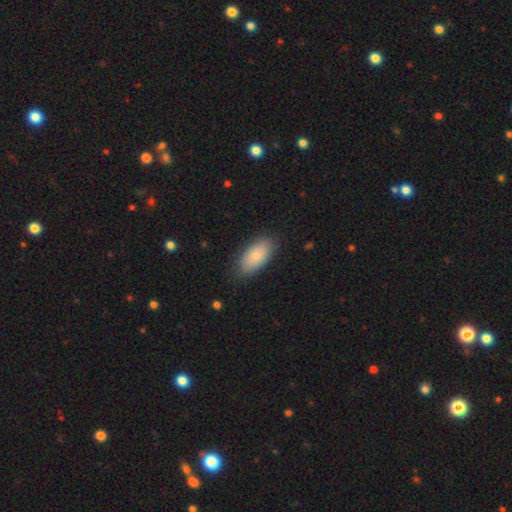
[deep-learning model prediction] This is clearly a smooth galaxy (85%). How rounded: clearly in between (93%). Merging: clearly none (84%).